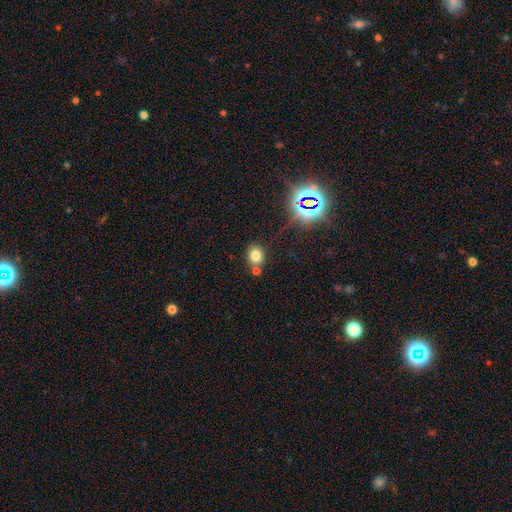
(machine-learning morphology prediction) A smooth galaxy with no disk features (77%) that is round (64%).

Vote fractions:
- Smooth or featured? smooth: 77% / star or artifact: 15% / featured or disk: 8%
- How rounded? round: 64% / in between: 35% / cigar-shaped: 1%
- Merging? none: 66% / merger: 20% / minor disturbance: 11% / major disturbance: 3%